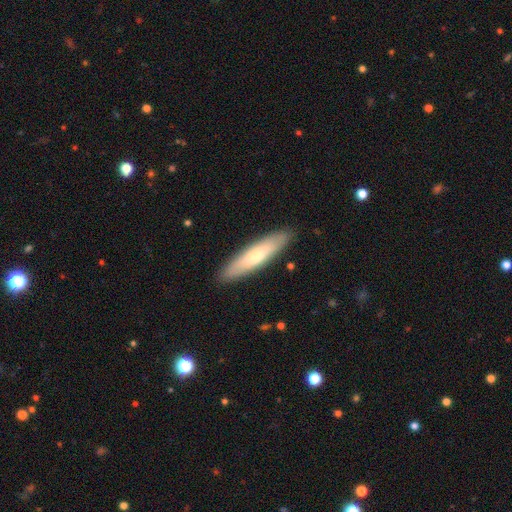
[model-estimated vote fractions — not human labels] This is likely a smooth galaxy (65%). How rounded: likely cigar-shaped (78%). Merging: clearly none (89%).